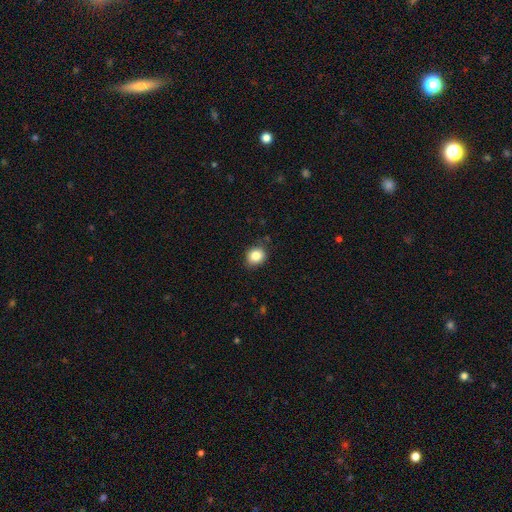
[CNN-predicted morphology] Overall: smooth (84%). How rounded: round (67%; in between 33%). Merging: none (82%).